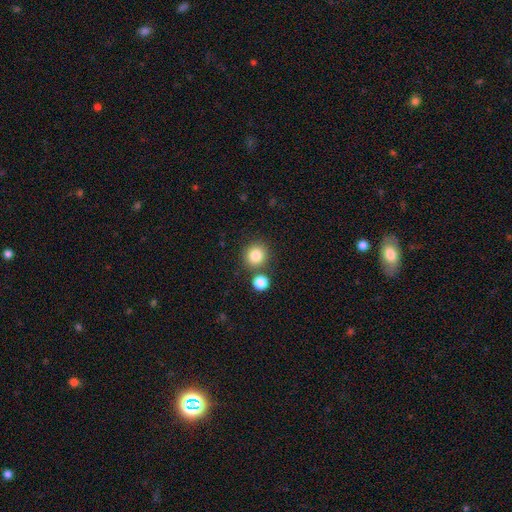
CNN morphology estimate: smooth_or_featured: smooth (p=0.84) [alt: star or artifact p=0.10]
how_rounded: round (p=0.90) [alt: in between p=0.09]
merging: none (p=0.76) [alt: merger p=0.14]